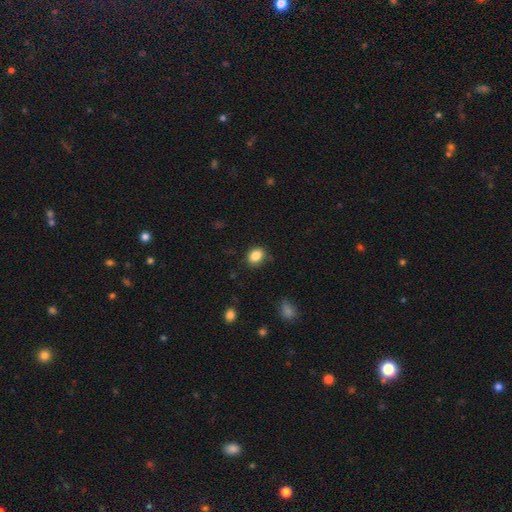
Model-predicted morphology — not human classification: Overall: smooth (85%). How rounded: in between (53%; round 46%). Merging: none (82%).